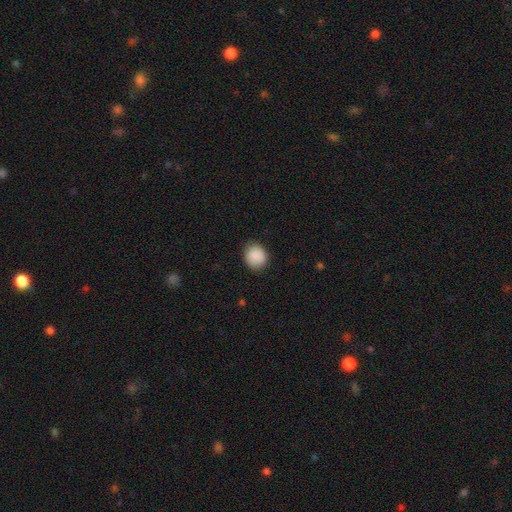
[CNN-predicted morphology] smooth 89%, star or artifact 7%, featured or disk 3%. Down the decision tree: how rounded — round (77%); merging — none (84%).